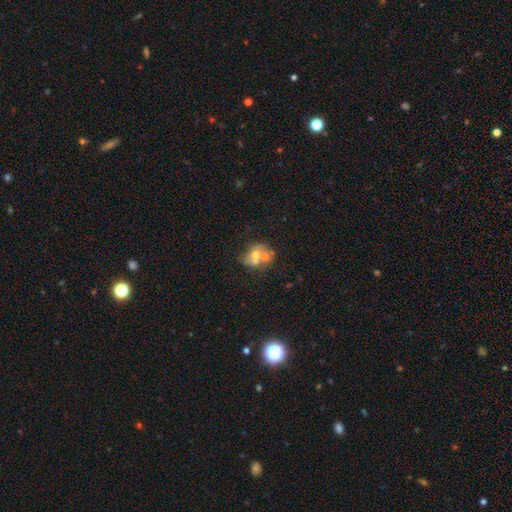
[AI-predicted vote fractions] The model was most divided on "smooth or featured": smooth: 46%, featured or disk: 43%, star or artifact: 11%. More confident: merging — merger (52%).